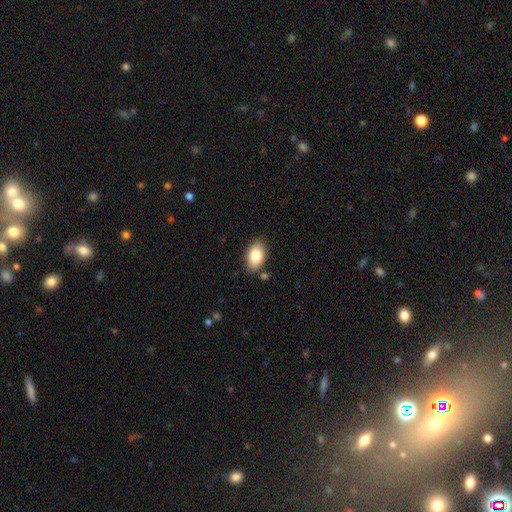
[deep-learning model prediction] Smooth or featured?
  - smooth: 83% *
  - featured or disk: 10%
  - star or artifact: 7%
How rounded?
  - in between: 91% *
  - round: 7%
  - cigar-shaped: 1%
Merging?
  - none: 82% *
  - minor disturbance: 12%
  - merger: 3%
  - major disturbance: 3%